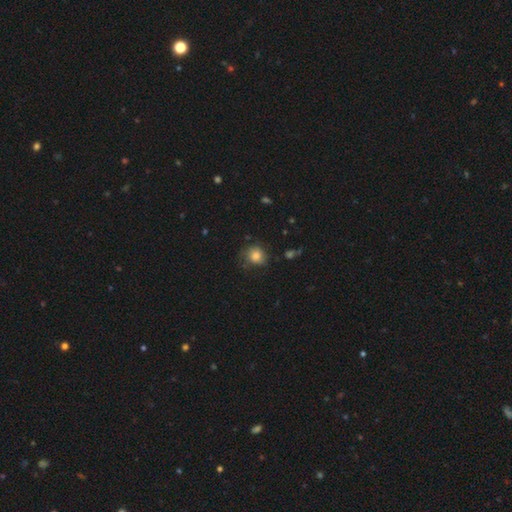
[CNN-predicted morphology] type=smooth (81%); roundness=round (77%); merging=none (64%).